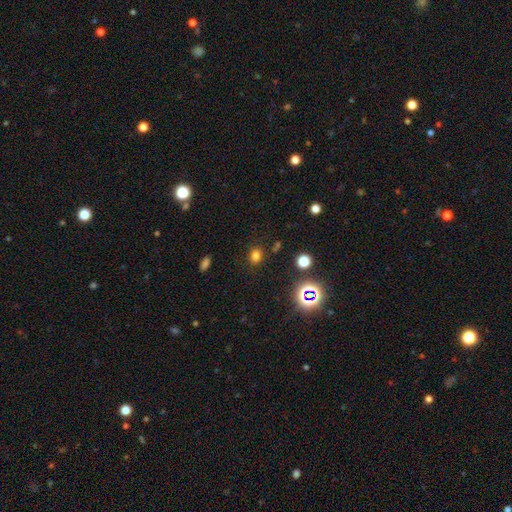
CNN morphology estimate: Overall: smooth (73%). How rounded: round (58%; in between 40%). Merging: none (82%).